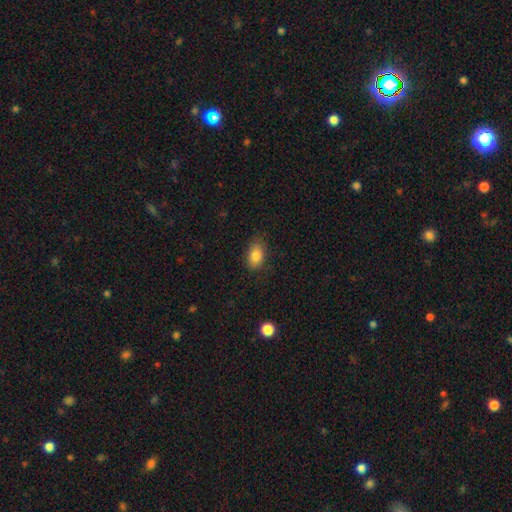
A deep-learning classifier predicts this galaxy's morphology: smooth_or_featured: smooth (p=0.84) [alt: star or artifact p=0.09]
how_rounded: in between (p=0.87) [alt: round p=0.11]
merging: none (p=0.78) [alt: minor disturbance p=0.17]